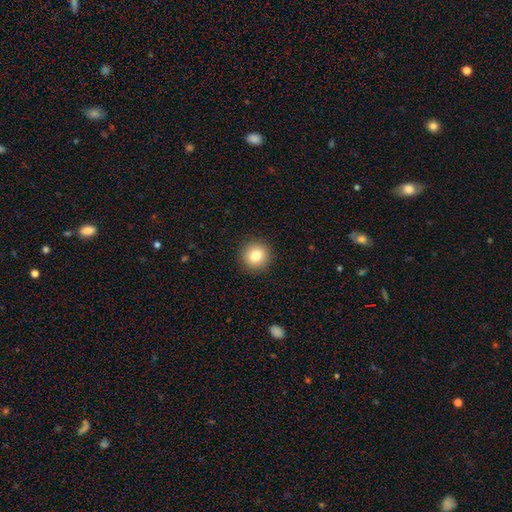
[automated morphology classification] Smooth or featured? smooth (81%)
How rounded? round (94%)
Merging? none (92%)